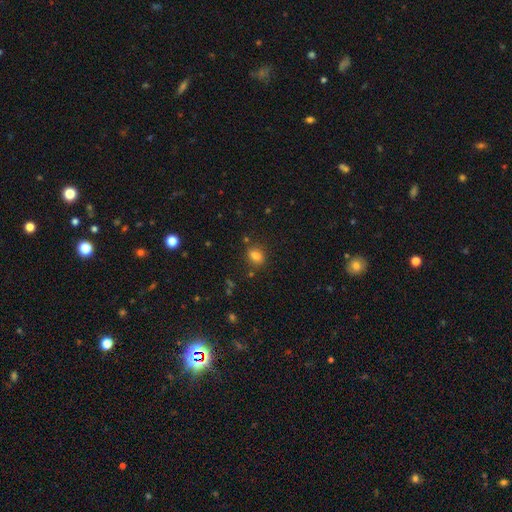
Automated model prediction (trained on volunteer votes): A smooth galaxy with no disk features (80%) that is in between round and cigar-shaped (64%).

Vote fractions:
- Smooth or featured? smooth: 80% / star or artifact: 12% / featured or disk: 8%
- How rounded? in between: 64% / round: 34% / cigar-shaped: 2%
- Merging? none: 78% / minor disturbance: 13% / merger: 5% / major disturbance: 3%